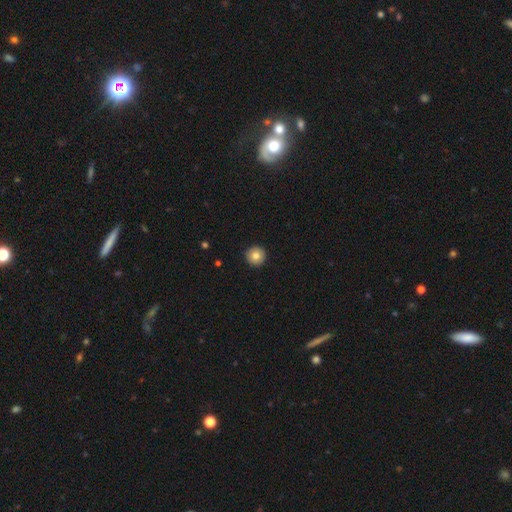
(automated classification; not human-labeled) This is clearly a smooth galaxy (82%). How rounded: clearly round (96%). Merging: clearly none (93%).